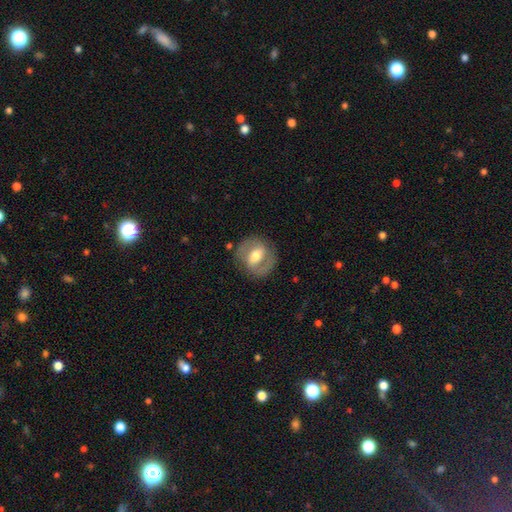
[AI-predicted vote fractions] Overall: featured or disk (67%). Edge-on disk: no (96%). Bar: weak (43%; strong 37%). Spiral arms: yes (73%). Bulge size: moderate (69%). Merging: none (79%).